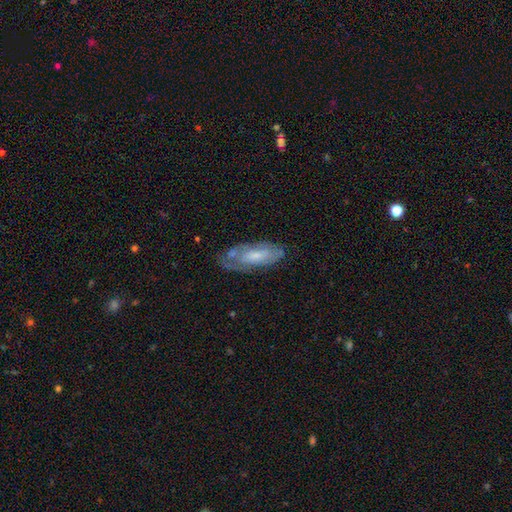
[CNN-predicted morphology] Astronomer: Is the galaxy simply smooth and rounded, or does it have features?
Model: featured or disk — 53% (runner-up: smooth, 40%).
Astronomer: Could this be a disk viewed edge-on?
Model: no — 81%.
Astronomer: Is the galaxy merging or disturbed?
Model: none — 54%.